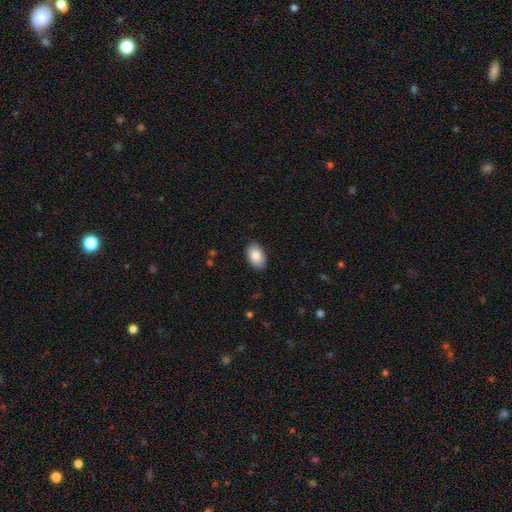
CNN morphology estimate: Overall: smooth (87%). How rounded: in between (92%). Merging: none (86%).